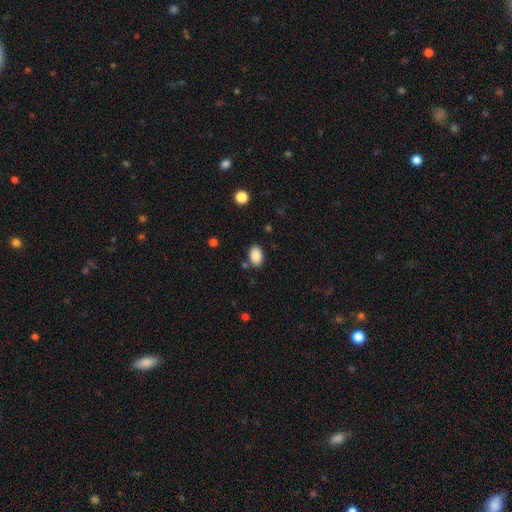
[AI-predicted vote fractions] The model was most divided on "merging": none: 82%, minor disturbance: 11%, merger: 4%, major disturbance: 3%. More confident: how rounded — in between (88%); smooth or featured — smooth (87%).